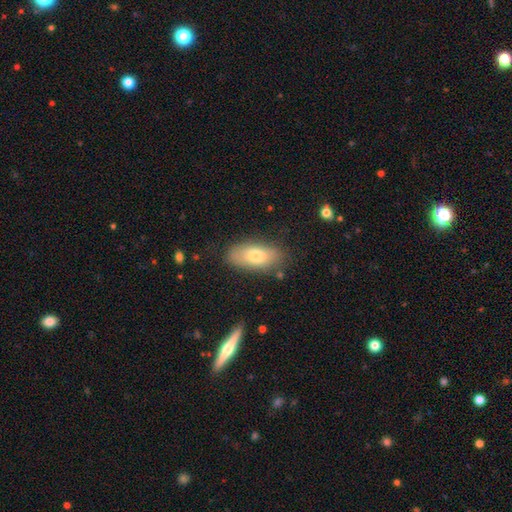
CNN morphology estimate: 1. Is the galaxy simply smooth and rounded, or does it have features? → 73% smooth, 20% featured or disk, 7% star or artifact.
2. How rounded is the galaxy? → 85% in between, 12% cigar-shaped, 3% round.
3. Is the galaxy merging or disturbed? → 80% none, 14% minor disturbance, 4% major disturbance, 2% merger.